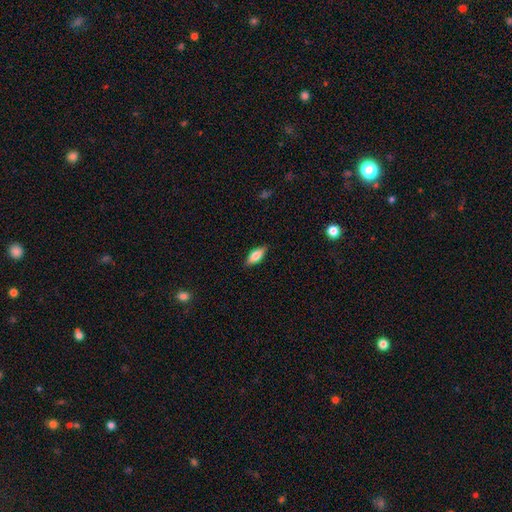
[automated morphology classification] A smooth galaxy with no disk features (67%) that is in between round and cigar-shaped (68%). Merging: none (87%).